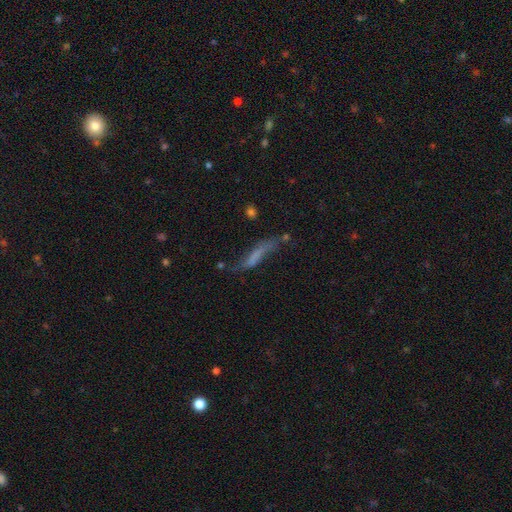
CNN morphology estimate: Smooth or featured? smooth (49%)
Merging? none (41%)